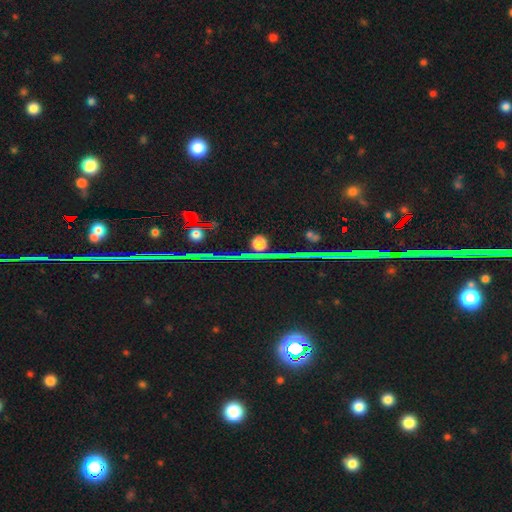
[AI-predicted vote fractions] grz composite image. It shows a star or artifact, not a galaxy (82%).